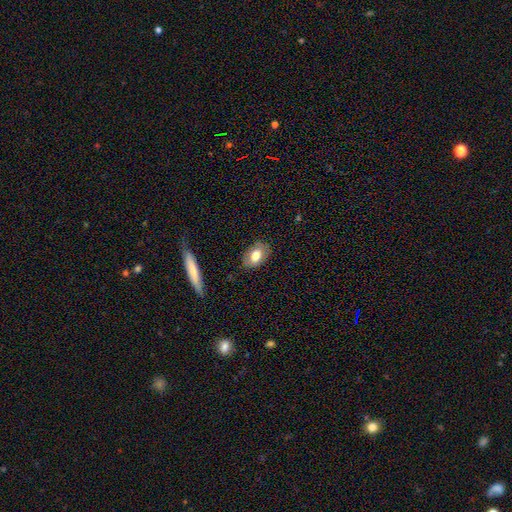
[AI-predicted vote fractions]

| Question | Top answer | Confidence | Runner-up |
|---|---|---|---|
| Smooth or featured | smooth | 71% | featured or disk (22%) |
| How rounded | in between | 87% | round (11%) |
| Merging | none | 81% | minor disturbance (14%) |